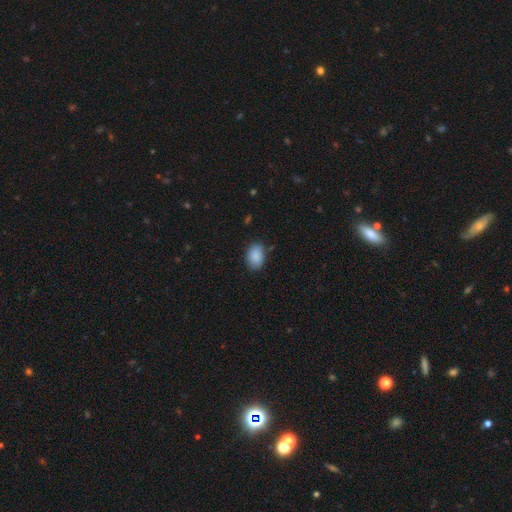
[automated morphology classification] Smooth or featured?
  - smooth: 88% *
  - star or artifact: 7%
  - featured or disk: 5%
How rounded?
  - in between: 79% *
  - round: 20%
  - cigar-shaped: 1%
Merging?
  - none: 77% *
  - minor disturbance: 18%
  - major disturbance: 4%
  - merger: 2%